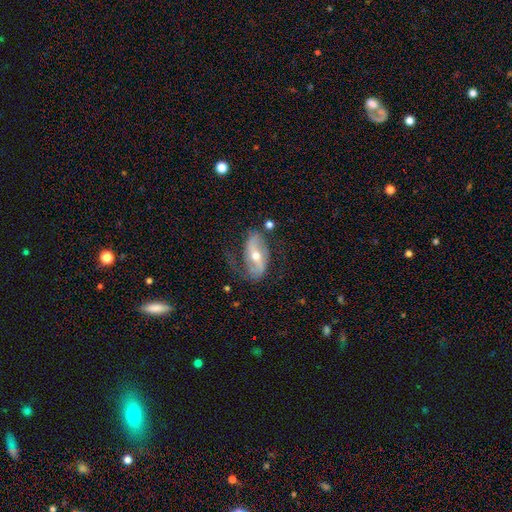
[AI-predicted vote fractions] A featured or disk galaxy (80%) with a strong bar (49%), 2 (84%) loose (54%) spiral arms (89%) and a moderate central bulge (65%). Merging: none (58%).